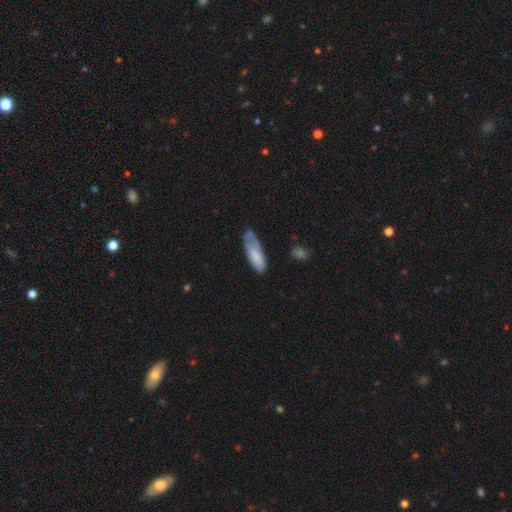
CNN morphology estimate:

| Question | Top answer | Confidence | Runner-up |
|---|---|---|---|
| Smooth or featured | smooth | 72% | featured or disk (21%) |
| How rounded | in between | 65% | cigar-shaped (33%) |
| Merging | none | 43% | minor disturbance (35%) |